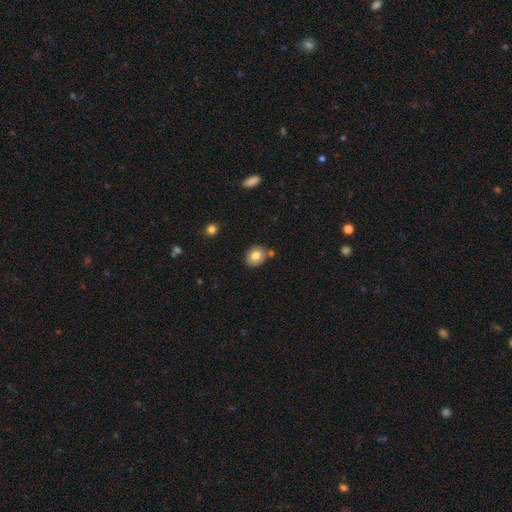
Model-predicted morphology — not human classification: Smooth or featured? Predicted: smooth (p=0.79). How rounded? Predicted: round (p=0.64). Merging? Predicted: none (p=0.75).